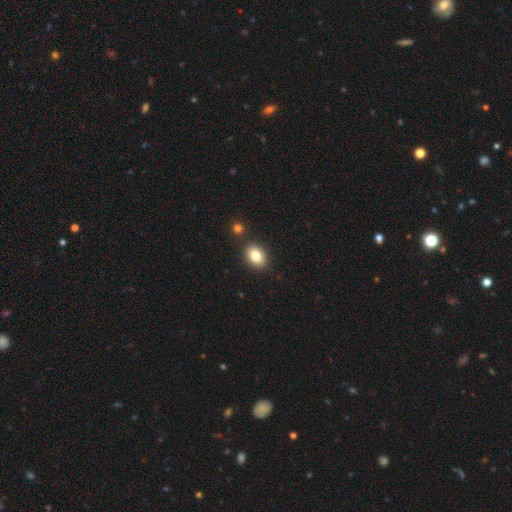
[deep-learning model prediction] A smooth galaxy with no disk features (82%) that is in between round and cigar-shaped (73%). Merging: none (85%).